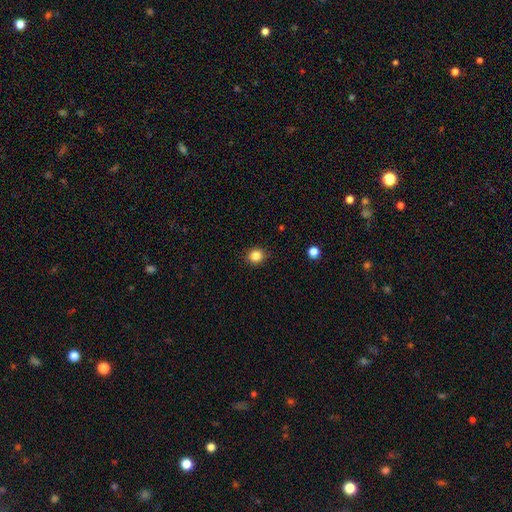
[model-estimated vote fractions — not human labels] Smooth or featured: smooth — 85% (star or artifact — 11%)
How rounded: round — 83% (in between — 16%)
Merging: none — 90% (minor disturbance — 7%)